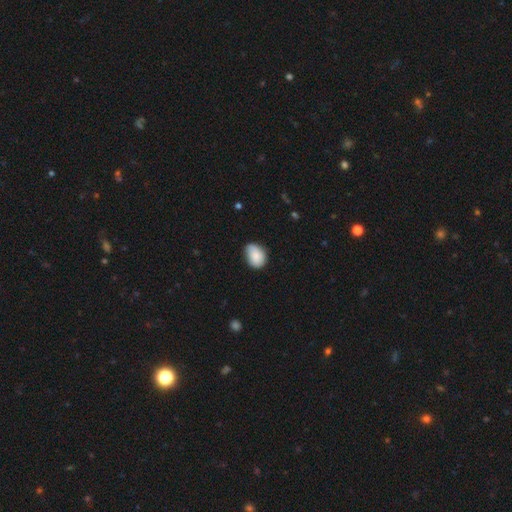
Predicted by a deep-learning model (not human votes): smooth_or_featured: smooth (p=0.84) [alt: featured or disk p=0.09]
how_rounded: in between (p=0.74) [alt: round p=0.25]
merging: none (p=0.63) [alt: minor disturbance p=0.31]